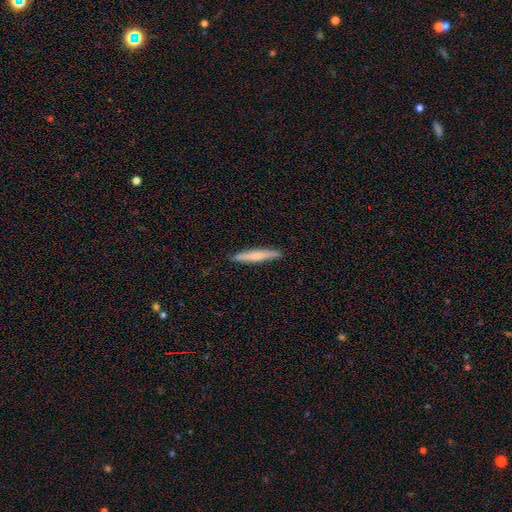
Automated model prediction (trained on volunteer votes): Smooth or featured?
  - smooth: 54% *
  - featured or disk: 40%
  - star or artifact: 6%
How rounded?
  - cigar-shaped: 95% *
  - in between: 4%
  - round: 1%
Merging?
  - none: 91% *
  - minor disturbance: 6%
  - major disturbance: 1%
  - merger: 1%